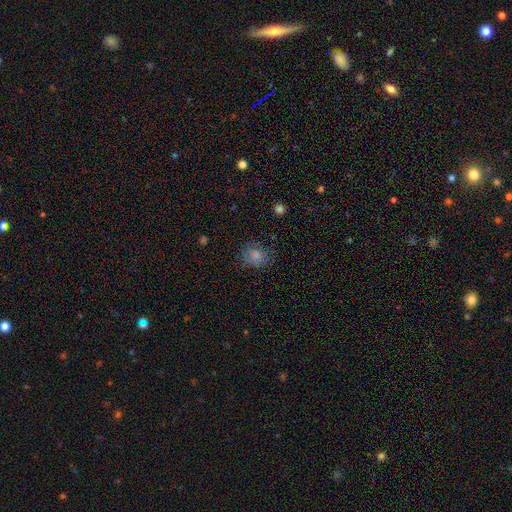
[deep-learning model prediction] Smooth or featured?
  - smooth: 79% *
  - star or artifact: 11%
  - featured or disk: 10%
How rounded?
  - round: 63% *
  - in between: 36%
  - cigar-shaped: 1%
Merging?
  - none: 71% *
  - minor disturbance: 19%
  - major disturbance: 8%
  - merger: 1%